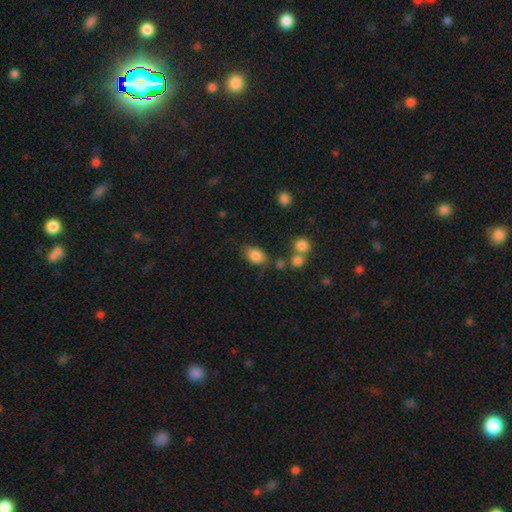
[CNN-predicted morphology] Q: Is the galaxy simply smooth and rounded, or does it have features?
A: smooth — 83%.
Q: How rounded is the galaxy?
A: in between — 80%.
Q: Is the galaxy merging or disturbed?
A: none — 66%.